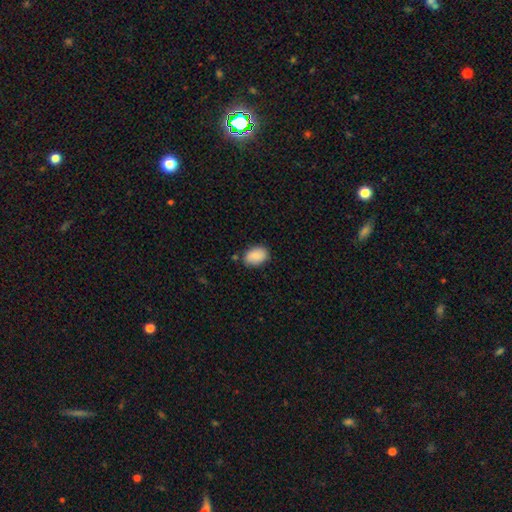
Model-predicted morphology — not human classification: This is clearly a smooth galaxy (87%). How rounded: clearly in between (83%). Merging: likely none (80%).